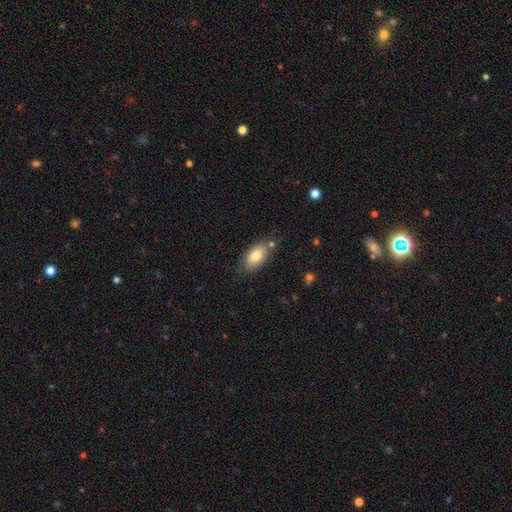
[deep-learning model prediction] This is likely a smooth galaxy (77%). How rounded: clearly in between (92%). Merging: likely none (75%).